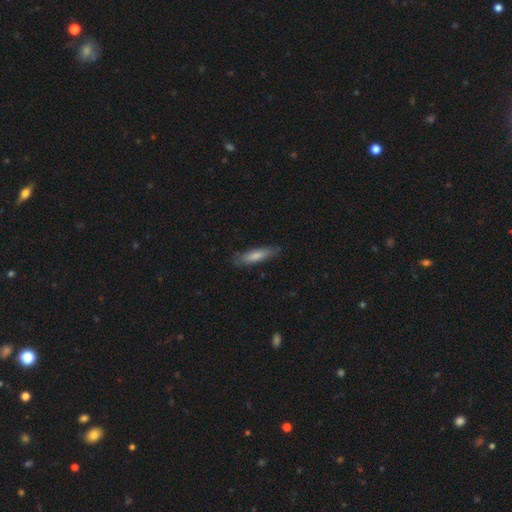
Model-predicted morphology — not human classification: Smooth or featured?
  - smooth: 76% *
  - featured or disk: 19%
  - star or artifact: 6%
How rounded?
  - cigar-shaped: 71% *
  - in between: 27%
  - round: 1%
Merging?
  - none: 78% *
  - minor disturbance: 17%
  - major disturbance: 4%
  - merger: 1%